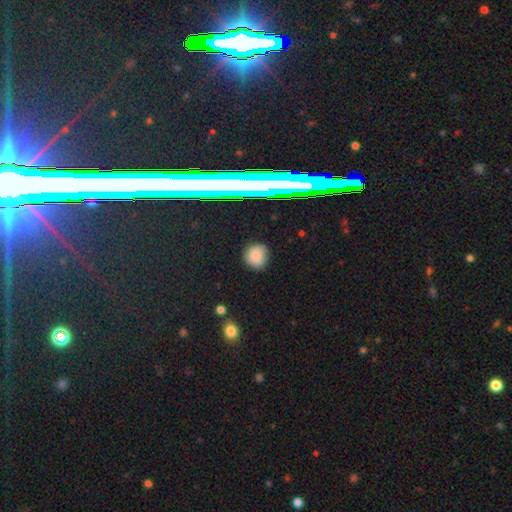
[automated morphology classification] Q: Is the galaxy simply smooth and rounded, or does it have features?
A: smooth — 76%.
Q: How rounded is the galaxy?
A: round — 78%.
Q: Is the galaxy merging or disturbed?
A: none — 84%.